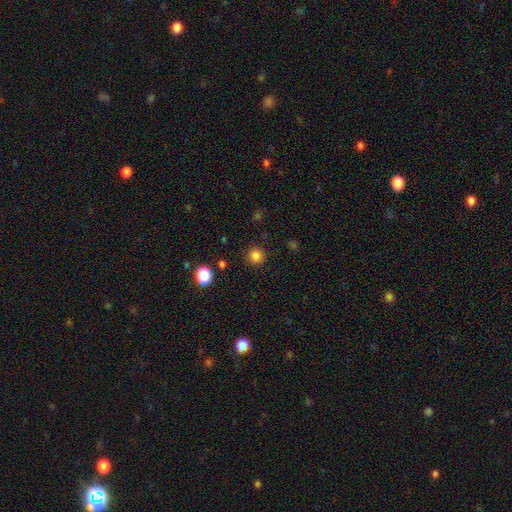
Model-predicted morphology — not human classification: This is clearly a smooth galaxy (83%). How rounded: clearly round (93%). Merging: clearly none (90%).